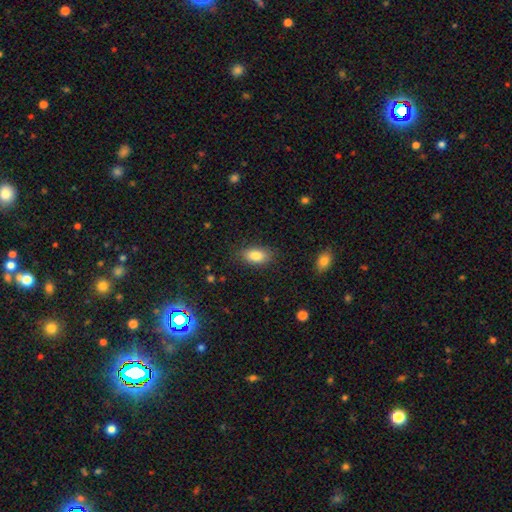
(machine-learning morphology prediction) Smooth or featured? smooth (84%)
How rounded? in between (89%)
Merging? none (84%)